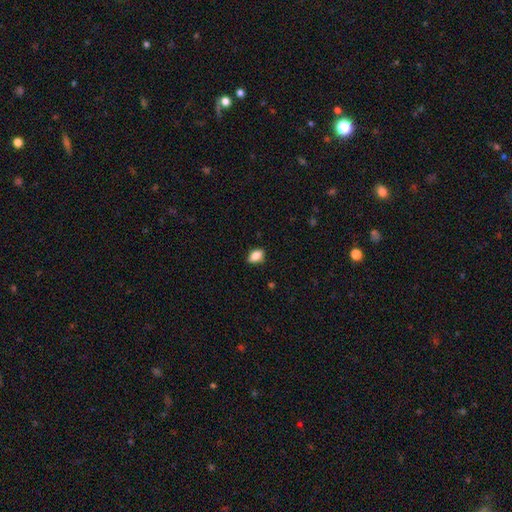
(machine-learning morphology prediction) smooth_or_featured: smooth (p=0.82) [alt: featured or disk p=0.10]
how_rounded: in between (p=0.84) [alt: round p=0.11]
merging: none (p=0.81) [alt: minor disturbance p=0.15]